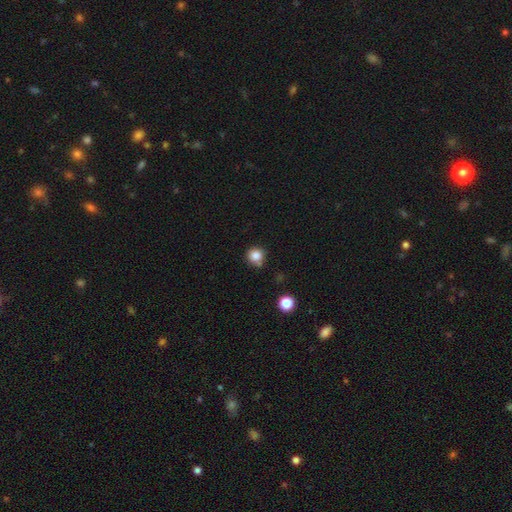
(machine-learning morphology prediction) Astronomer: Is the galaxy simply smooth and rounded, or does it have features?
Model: smooth — 84%.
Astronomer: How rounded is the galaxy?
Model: round — 91%.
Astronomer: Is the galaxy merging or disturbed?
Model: none — 71%.